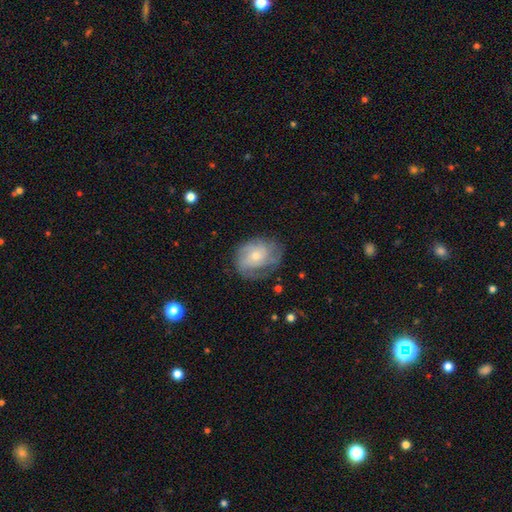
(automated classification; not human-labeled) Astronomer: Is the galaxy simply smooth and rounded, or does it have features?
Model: featured or disk — 70%.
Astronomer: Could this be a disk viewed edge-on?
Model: no — 97%.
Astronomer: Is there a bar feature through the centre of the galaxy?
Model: no — 74%.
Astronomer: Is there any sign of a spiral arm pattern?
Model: yes — 89%.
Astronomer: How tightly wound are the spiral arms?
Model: tight — 51% (runner-up: medium, 35%).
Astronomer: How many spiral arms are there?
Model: can't tell — 36% (runner-up: 3, 24%).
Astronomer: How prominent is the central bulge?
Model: small — 58% (runner-up: moderate, 38%).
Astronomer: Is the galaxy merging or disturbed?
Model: none — 65%.